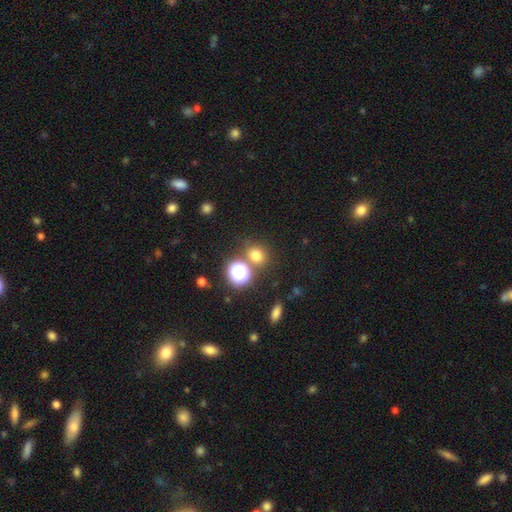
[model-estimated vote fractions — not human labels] The model was most divided on "smooth or featured": smooth: 70%, star or artifact: 23%, featured or disk: 7%. More confident: how rounded — round (74%); merging — none (73%).